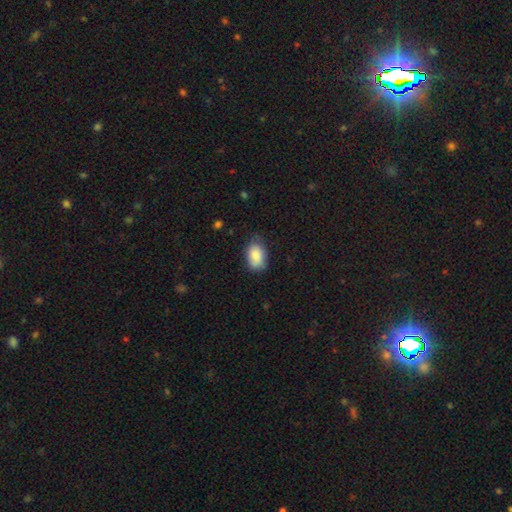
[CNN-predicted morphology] smooth_or_featured: smooth (p=0.87) [alt: star or artifact p=0.07]
how_rounded: in between (p=0.88) [alt: round p=0.11]
merging: none (p=0.72) [alt: minor disturbance p=0.23]